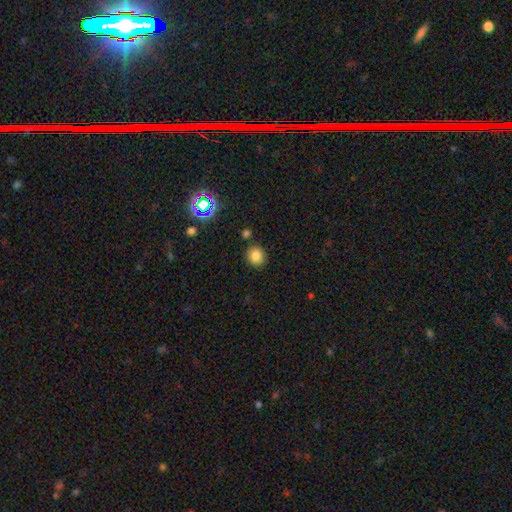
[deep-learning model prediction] smooth_or_featured: smooth (p=0.80) [alt: star or artifact p=0.14]
how_rounded: round (p=0.86) [alt: in between p=0.13]
merging: none (p=0.86) [alt: minor disturbance p=0.08]